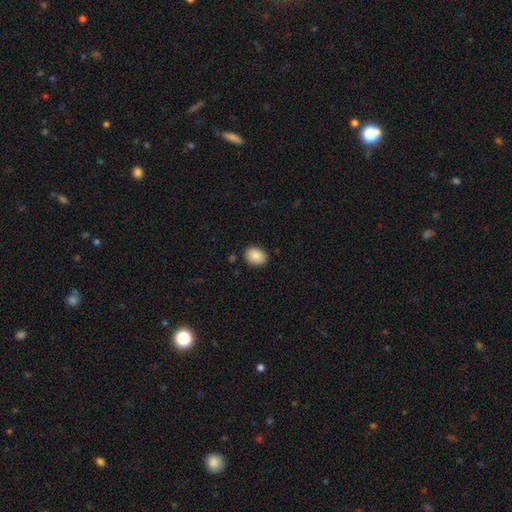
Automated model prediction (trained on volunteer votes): Smooth or featured? smooth (89%)
How rounded? in between (69%)
Merging? none (87%)